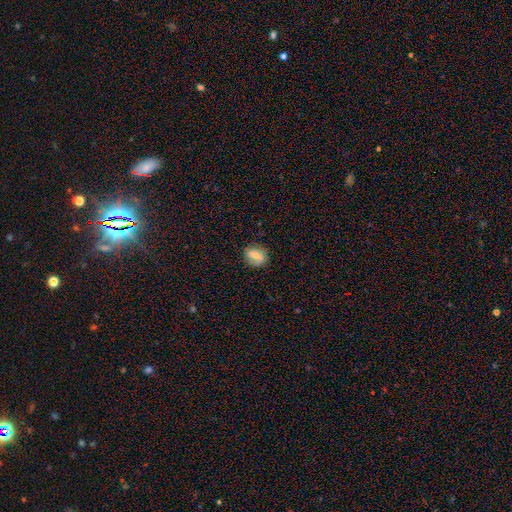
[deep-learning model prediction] Smooth or featured?
  - smooth: 61% *
  - featured or disk: 30%
  - star or artifact: 10%
How rounded?
  - round: 59% *
  - in between: 39%
  - cigar-shaped: 2%
Merging?
  - none: 80% *
  - minor disturbance: 15%
  - major disturbance: 4%
  - merger: 1%